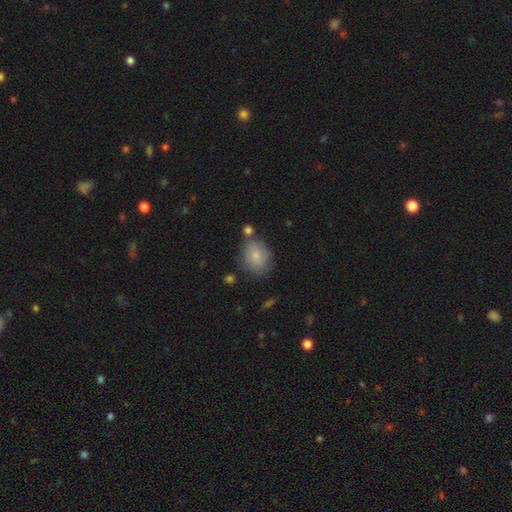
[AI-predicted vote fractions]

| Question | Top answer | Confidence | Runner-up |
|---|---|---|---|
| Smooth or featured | smooth | 74% | featured or disk (18%) |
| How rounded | round | 50% | in between (49%) |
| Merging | none | 65% | minor disturbance (20%) |